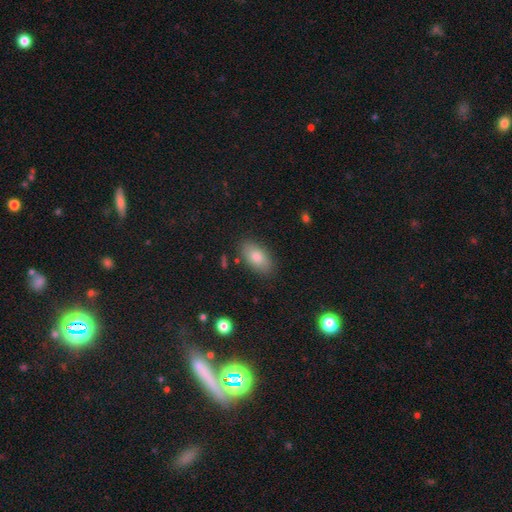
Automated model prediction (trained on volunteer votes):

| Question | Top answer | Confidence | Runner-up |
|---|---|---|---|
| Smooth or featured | smooth | 81% | featured or disk (11%) |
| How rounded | in between | 92% | round (5%) |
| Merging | none | 85% | minor disturbance (11%) |